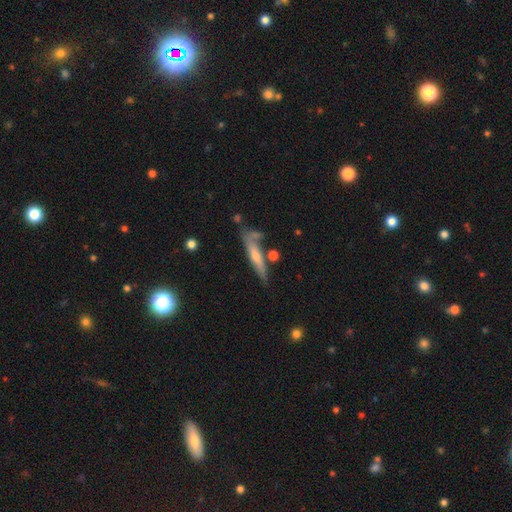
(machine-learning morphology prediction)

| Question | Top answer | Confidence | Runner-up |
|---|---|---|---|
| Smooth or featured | featured or disk | 50% | smooth (42%) |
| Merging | none | 57% | minor disturbance (23%) |